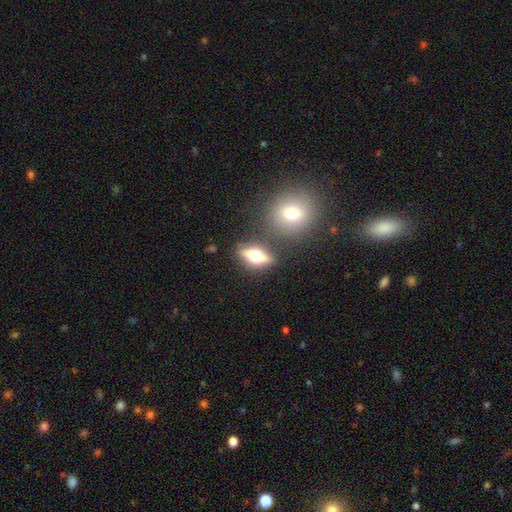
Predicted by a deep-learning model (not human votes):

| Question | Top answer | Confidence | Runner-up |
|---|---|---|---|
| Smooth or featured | featured or disk | 51% | smooth (40%) |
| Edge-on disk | yes | 87% | no (13%) |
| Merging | none | 78% | minor disturbance (11%) |